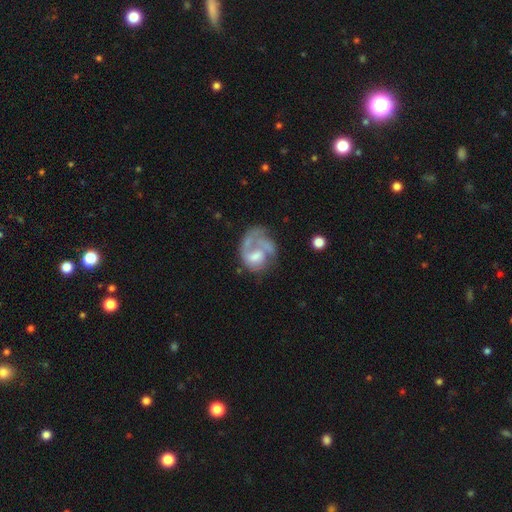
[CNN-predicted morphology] Smooth or featured?
  - featured or disk: 66% *
  - smooth: 26%
  - star or artifact: 8%
Edge-on disk?
  - no: 98% *
  - yes: 2%
Bar?
  - no: 61% *
  - weak: 33%
  - strong: 6%
Spiral arms?
  - yes: 70% *
  - no: 30%
Bulge size?
  - moderate: 40% *
  - small: 26%
  - none: 23%
  - large: 9%
  - dominant: 2%
Merging?
  - major disturbance: 40% *
  - none: 34%
  - minor disturbance: 19%
  - merger: 8%